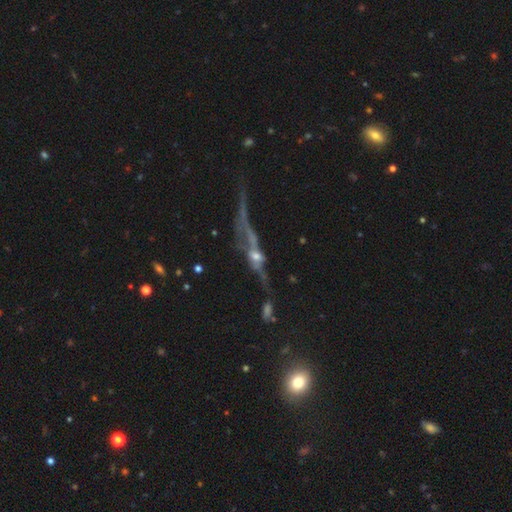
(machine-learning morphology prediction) type=featured or disk (69%); edge-on=yes (60%); merging=major disturbance (33%).